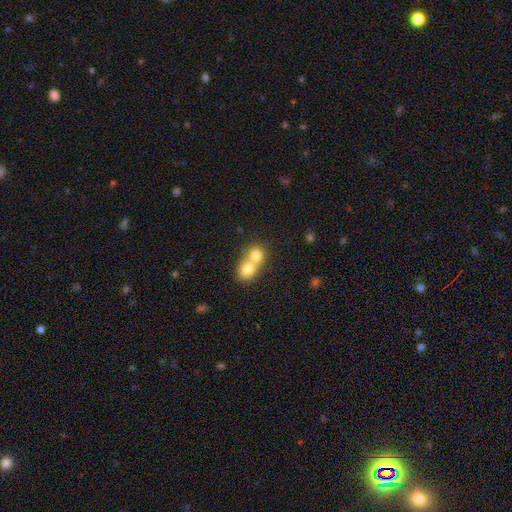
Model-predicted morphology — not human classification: smooth 74%, featured or disk 17%, star or artifact 9%. Down the decision tree: how rounded — round (65%); merging — merger (74%).